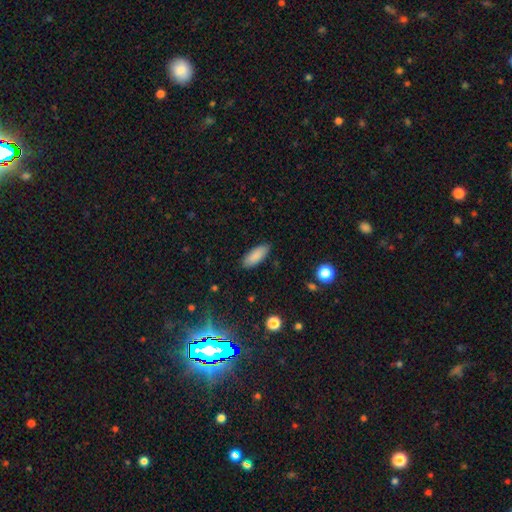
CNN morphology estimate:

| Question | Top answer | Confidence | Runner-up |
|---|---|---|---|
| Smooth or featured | smooth | 88% | star or artifact (7%) |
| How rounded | in between | 78% | cigar-shaped (20%) |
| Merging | none | 86% | minor disturbance (10%) |